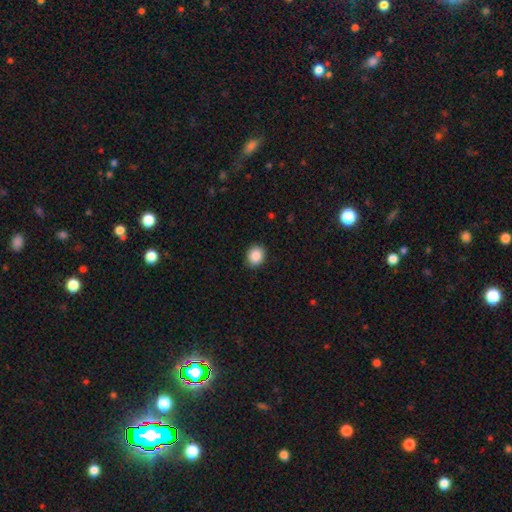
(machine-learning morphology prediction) This appears to be a smooth galaxy with no disk features (88%) that is round (63%). Merging: none (89%).